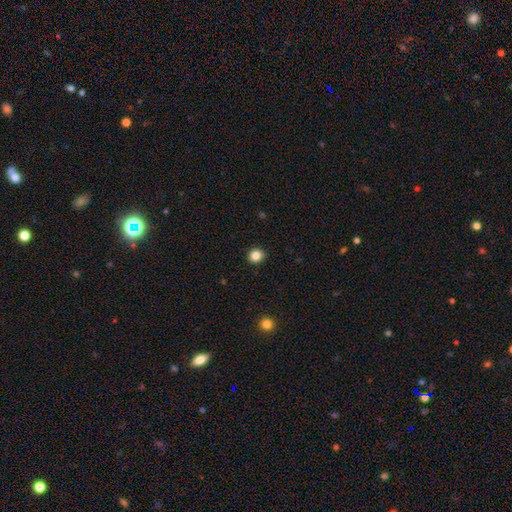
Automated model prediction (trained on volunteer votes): Overall: smooth (83%). How rounded: round (85%). Merging: none (89%).